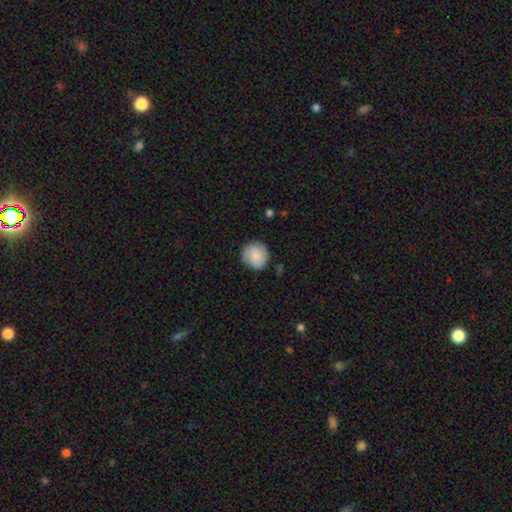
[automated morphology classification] type=smooth (82%); roundness=round (90%); merging=none (83%).